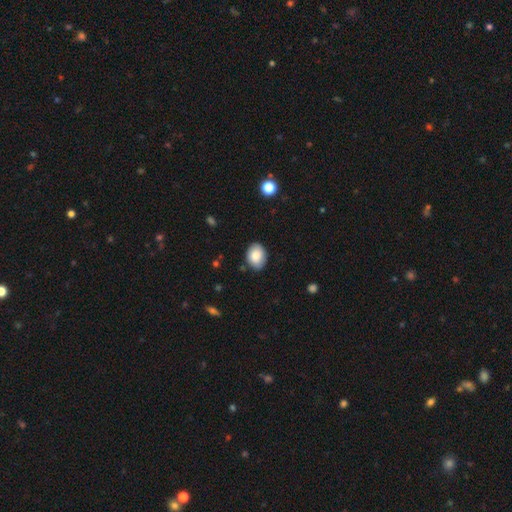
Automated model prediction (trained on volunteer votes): Overall: smooth (85%). How rounded: in between (73%). Merging: none (84%).